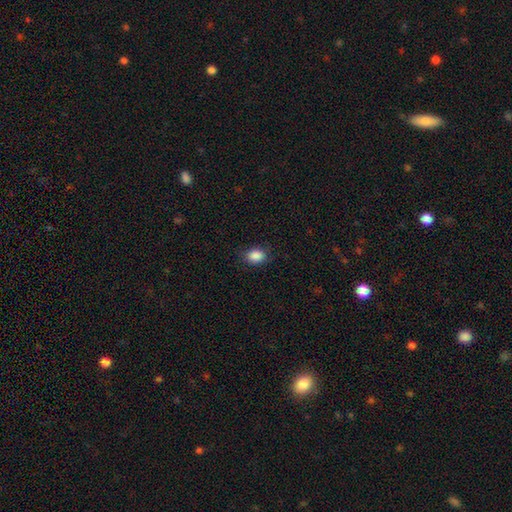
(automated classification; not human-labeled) smooth_or_featured: smooth (p=0.88) [alt: star or artifact p=0.09]
how_rounded: in between (p=0.65) [alt: round p=0.34]
merging: none (p=0.84) [alt: minor disturbance p=0.12]